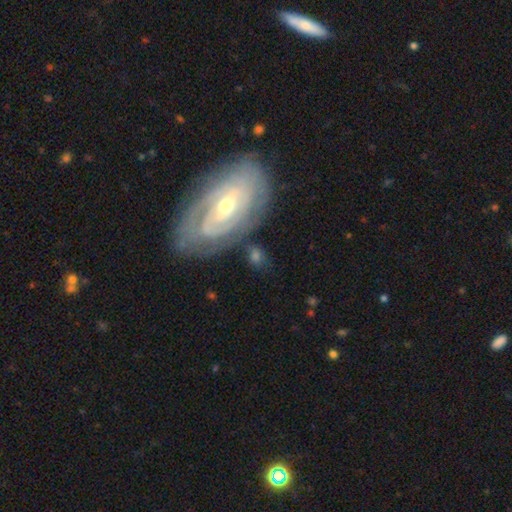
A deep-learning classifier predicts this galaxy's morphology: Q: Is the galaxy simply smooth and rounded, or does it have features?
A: featured or disk — 56%.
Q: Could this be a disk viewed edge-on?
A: no — 91%.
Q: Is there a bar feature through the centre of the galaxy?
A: no — 43%.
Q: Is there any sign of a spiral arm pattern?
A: yes — 76%.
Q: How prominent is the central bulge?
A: moderate — 59%.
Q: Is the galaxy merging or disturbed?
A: none — 64%.